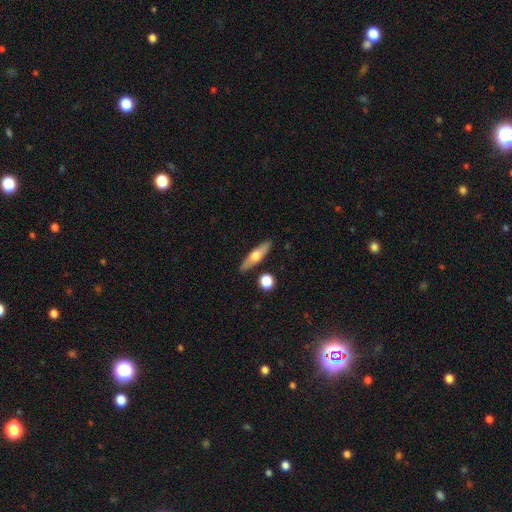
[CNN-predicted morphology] The model was most divided on "smooth or featured": featured or disk: 49%, smooth: 45%, star or artifact: 6%. More confident: merging — none (86%).